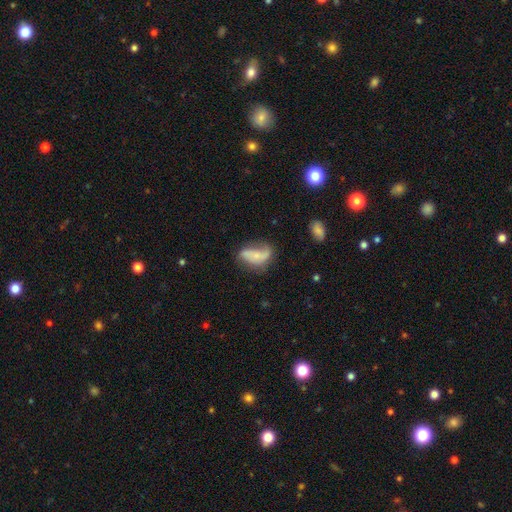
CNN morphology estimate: type=featured or disk (48%); merging=none (41%).